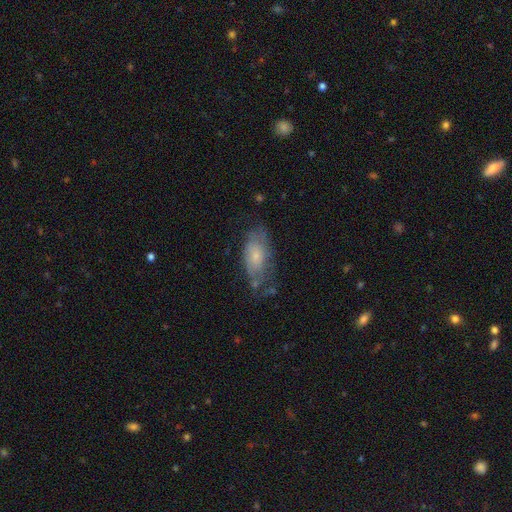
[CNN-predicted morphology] This is possibly a smooth galaxy (57%). How rounded: clearly in between (90%). Merging: possibly none (48%).